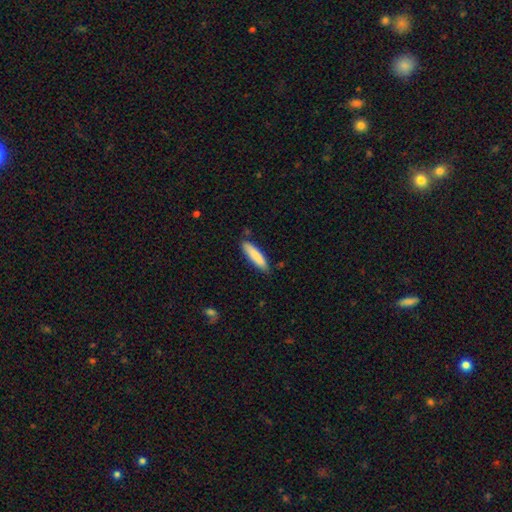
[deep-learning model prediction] Q: Smooth or featured?
A: smooth (85%); runner-up: featured or disk (9%)
Q: How rounded?
A: cigar-shaped (76%); runner-up: in between (23%)
Q: Merging?
A: none (83%); runner-up: minor disturbance (13%)